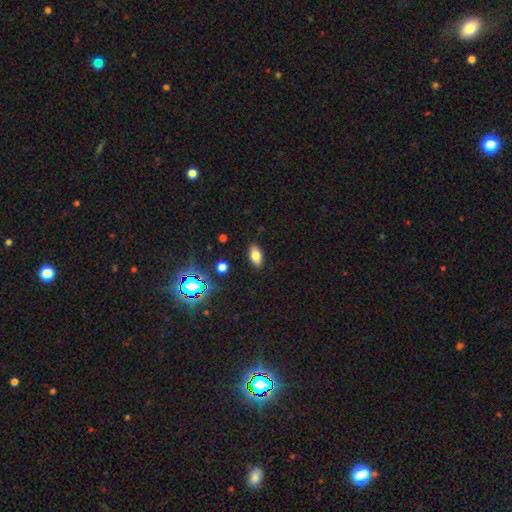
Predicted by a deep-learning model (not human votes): This appears to be a smooth galaxy with no disk features (77%) that is in between round and cigar-shaped (88%). Merging: none (88%).